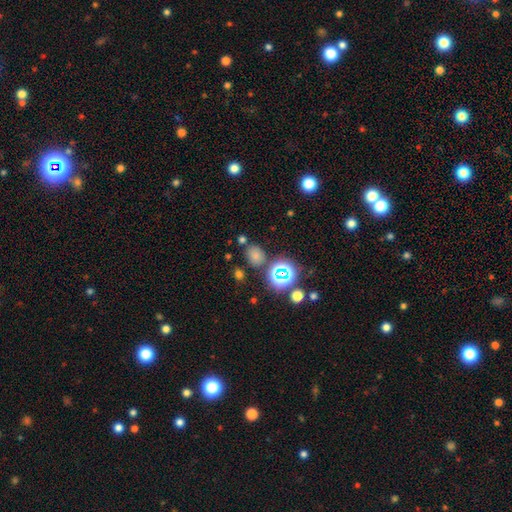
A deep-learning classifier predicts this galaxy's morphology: Smooth or featured? smooth (65%)
How rounded? round (58%)
Merging? none (75%)